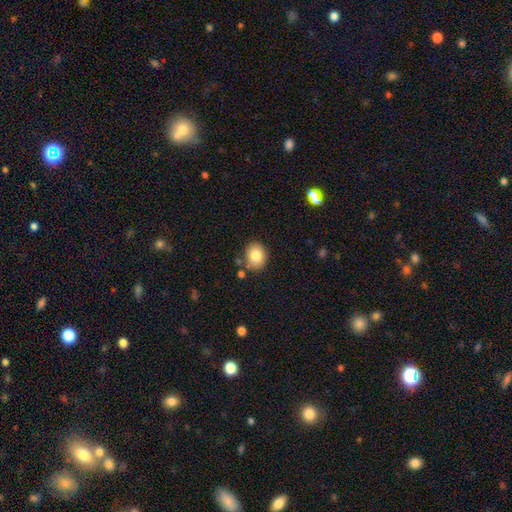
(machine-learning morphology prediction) A smooth galaxy with no disk features (81%) that is round (51%). Merging: none (79%).